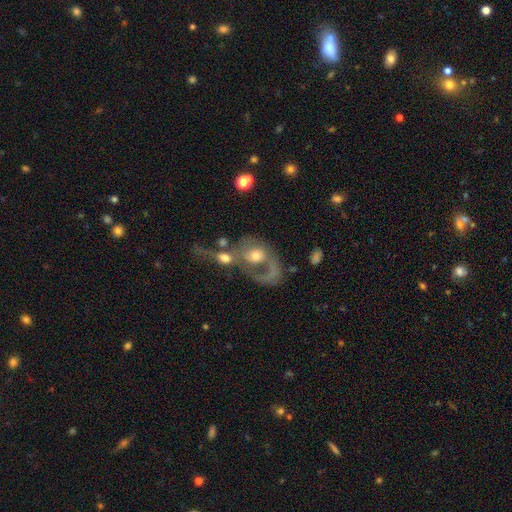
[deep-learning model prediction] Morphology: type=featured or disk (62%); edge-on=no (96%); bar=no (77%); spiral arms=yes (58%); bulge=moderate (62%); merging=merger (50%).